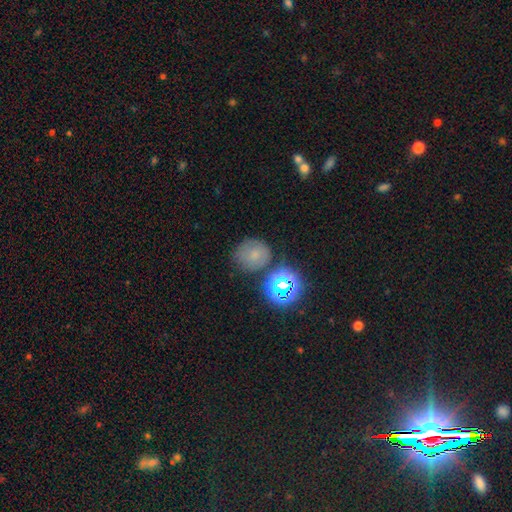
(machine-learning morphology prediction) smooth-or-featured: smooth: 64% | star or artifact: 21% | featured or disk: 15%
  how-rounded: round: 81% | in between: 18% | cigar-shaped: 1%
  merging: none: 68% | minor disturbance: 17% | merger: 9% | major disturbance: 6%